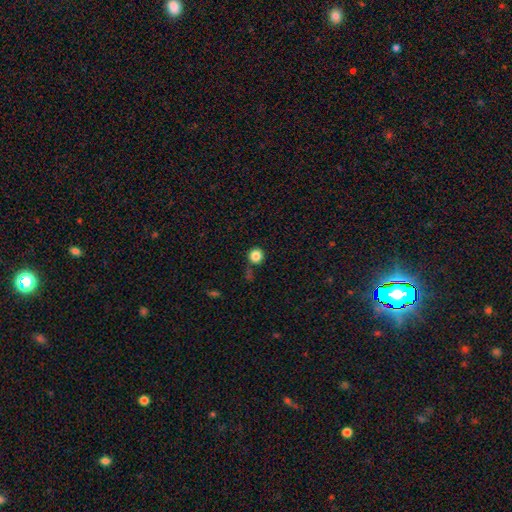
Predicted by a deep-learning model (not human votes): smooth 85%, star or artifact 11%, featured or disk 4%. Down the decision tree: how rounded — round (95%); merging — none (83%).